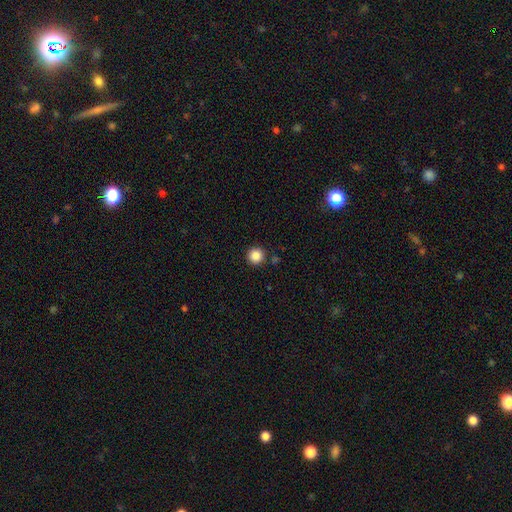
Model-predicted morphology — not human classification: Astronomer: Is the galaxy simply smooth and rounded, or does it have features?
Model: smooth — 87%.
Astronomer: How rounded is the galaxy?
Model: round — 96%.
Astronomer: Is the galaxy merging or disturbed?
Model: none — 90%.